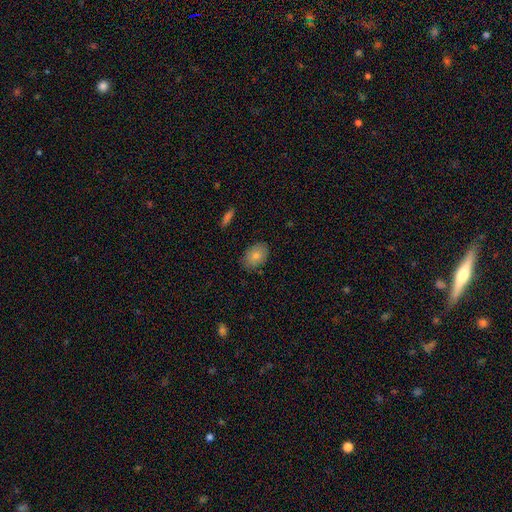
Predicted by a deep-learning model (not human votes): smooth-or-featured: smooth: 80% | featured or disk: 12% | star or artifact: 8%
  how-rounded: in between: 77% | round: 22% | cigar-shaped: 1%
  merging: none: 83% | minor disturbance: 13% | major disturbance: 3% | merger: 1%